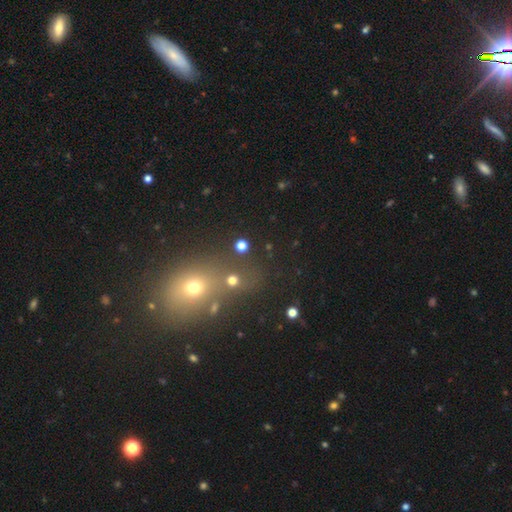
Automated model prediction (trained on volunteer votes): Smooth or featured?
  - smooth: 49% *
  - star or artifact: 37%
  - featured or disk: 14%
Merging?
  - none: 66% *
  - merger: 15%
  - minor disturbance: 13%
  - major disturbance: 6%